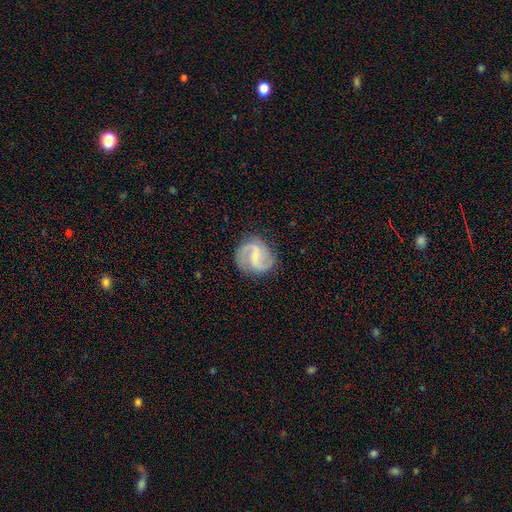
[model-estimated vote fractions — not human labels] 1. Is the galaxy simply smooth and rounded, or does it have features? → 84% featured or disk, 11% smooth, 5% star or artifact.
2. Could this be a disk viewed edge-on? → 98% no, 2% yes.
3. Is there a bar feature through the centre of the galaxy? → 55% weak, 27% strong, 18% no.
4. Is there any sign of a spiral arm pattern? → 96% yes, 4% no.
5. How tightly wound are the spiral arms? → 50% medium, 33% loose, 17% tight.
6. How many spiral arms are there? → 90% 2, 4% can't tell, 3% 1, 2% 3, 1% 4, 1% more than 4.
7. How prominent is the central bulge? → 60% small, 23% moderate, 14% none, 2% large, 1% dominant.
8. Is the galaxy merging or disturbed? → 80% none, 14% minor disturbance, 5% major disturbance, 1% merger.